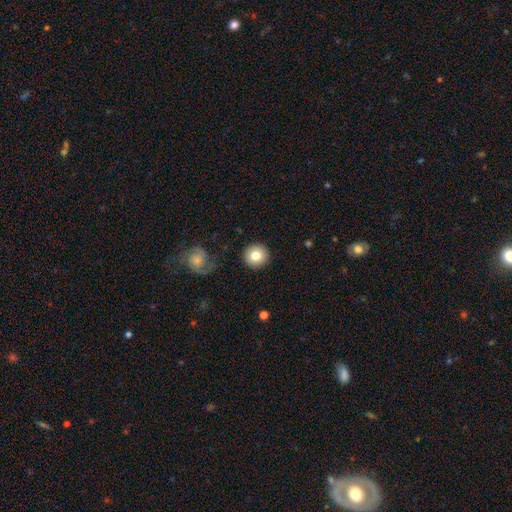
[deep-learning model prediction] Smooth or featured? Predicted: smooth (p=0.81). How rounded? Predicted: round (p=0.94). Merging? Predicted: none (p=0.89).